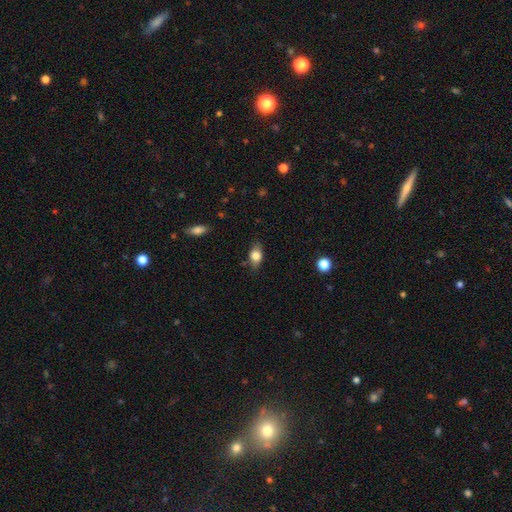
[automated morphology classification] Smooth or featured? smooth (76%)
How rounded? in between (80%)
Merging? none (78%)